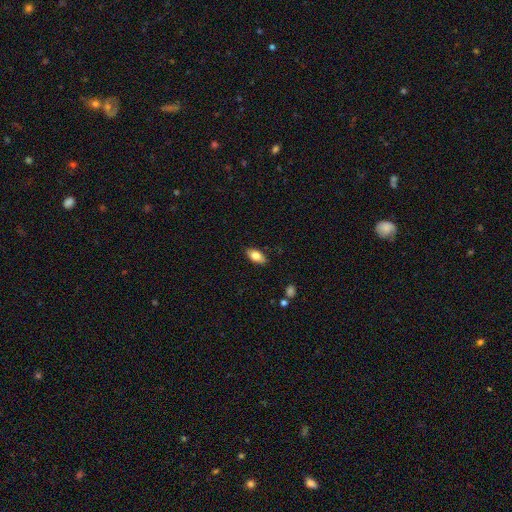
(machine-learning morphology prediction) A smooth galaxy with no disk features (80%) that is in between round and cigar-shaped (91%).

Vote fractions:
- Smooth or featured? smooth: 80% / featured or disk: 13% / star or artifact: 7%
- How rounded? in between: 91% / cigar-shaped: 6% / round: 4%
- Merging? none: 87% / minor disturbance: 10% / major disturbance: 2% / merger: 1%